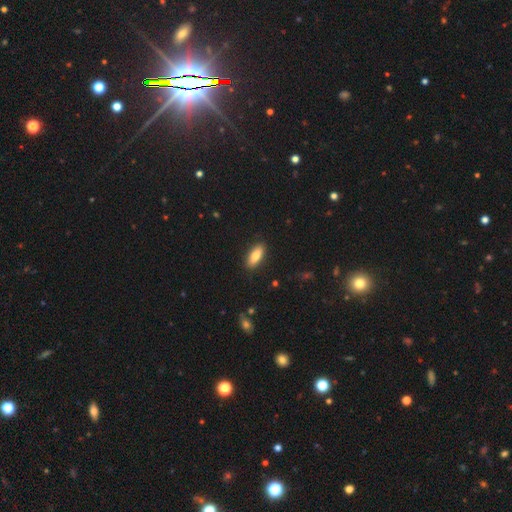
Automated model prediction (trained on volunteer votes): Smooth or featured?
  - smooth: 81% *
  - featured or disk: 12%
  - star or artifact: 6%
How rounded?
  - in between: 75% *
  - cigar-shaped: 22%
  - round: 2%
Merging?
  - none: 88% *
  - minor disturbance: 8%
  - major disturbance: 2%
  - merger: 1%